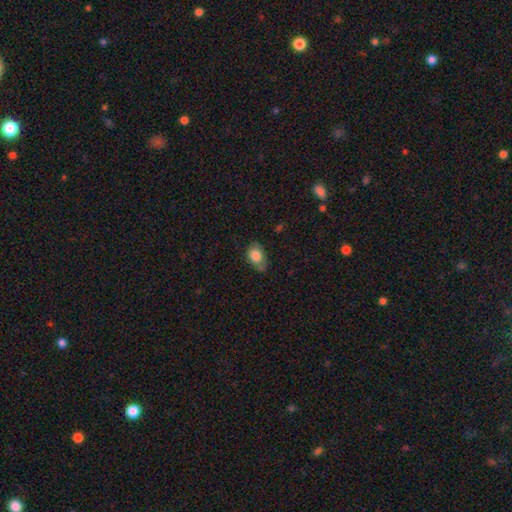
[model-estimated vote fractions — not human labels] A smooth galaxy with no disk features (80%) that is in between round and cigar-shaped (84%). Merging: none (59%).